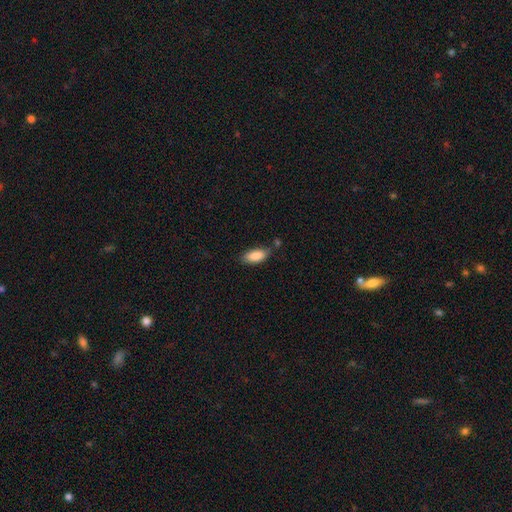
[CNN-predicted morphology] This is clearly a smooth galaxy (87%). How rounded: clearly in between (85%). Merging: likely none (73%).